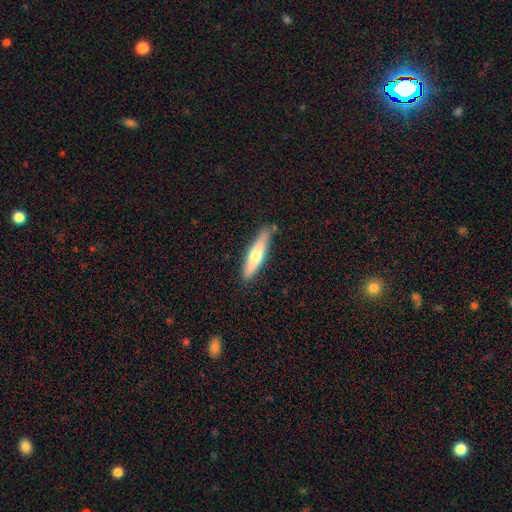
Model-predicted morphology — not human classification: smooth_or_featured: smooth (p=0.58) [alt: featured or disk p=0.36]
how_rounded: cigar-shaped (p=0.80) [alt: in between p=0.18]
merging: none (p=0.82) [alt: minor disturbance p=0.12]